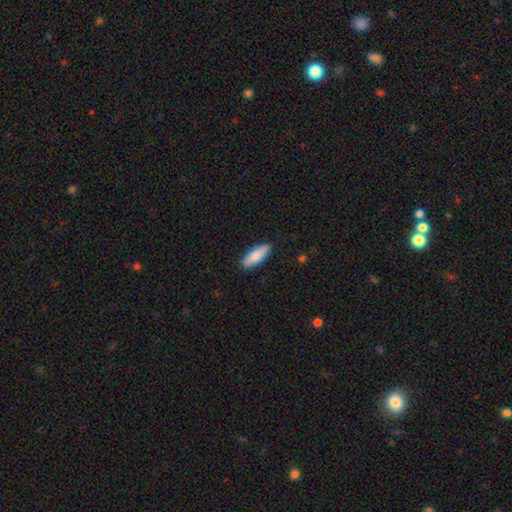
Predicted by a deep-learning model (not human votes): smooth 80%, featured or disk 15%, star or artifact 5%. Down the decision tree: how rounded — in between (60%); merging — none (89%).